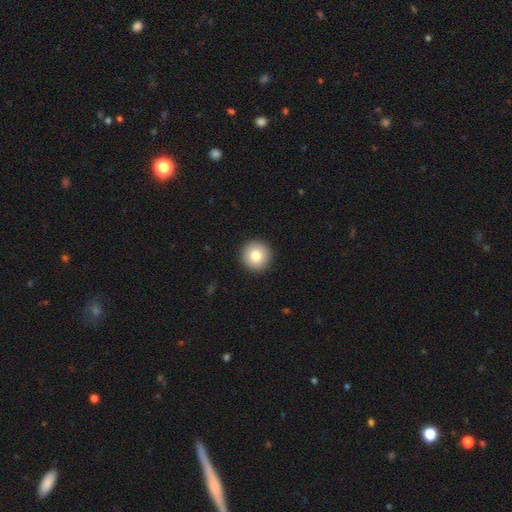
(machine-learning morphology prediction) A smooth galaxy with no disk features (81%) that is round (96%). Merging: none (93%).